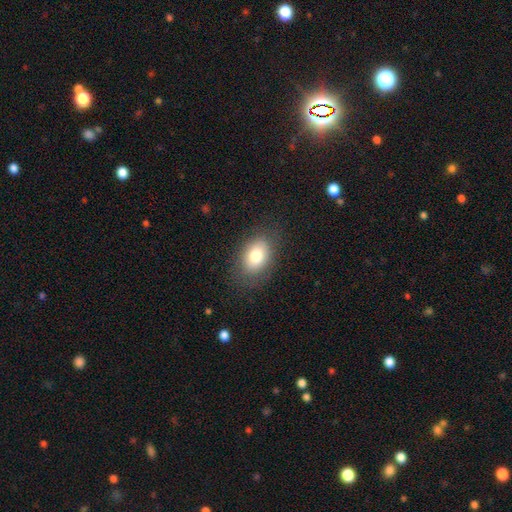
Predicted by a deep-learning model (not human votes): Smooth or featured: smooth — 77% (featured or disk — 14%)
How rounded: in between — 81% (round — 18%)
Merging: none — 81% (minor disturbance — 13%)